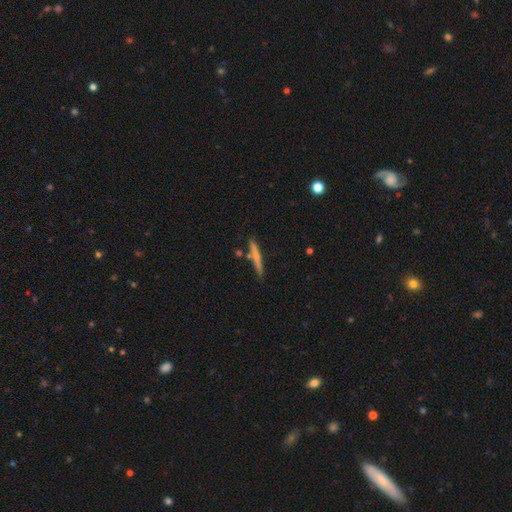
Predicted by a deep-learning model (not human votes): Smooth or featured?
  - smooth: 60% *
  - featured or disk: 33%
  - star or artifact: 6%
How rounded?
  - cigar-shaped: 95% *
  - in between: 4%
  - round: 2%
Merging?
  - none: 79% *
  - minor disturbance: 12%
  - merger: 7%
  - major disturbance: 2%